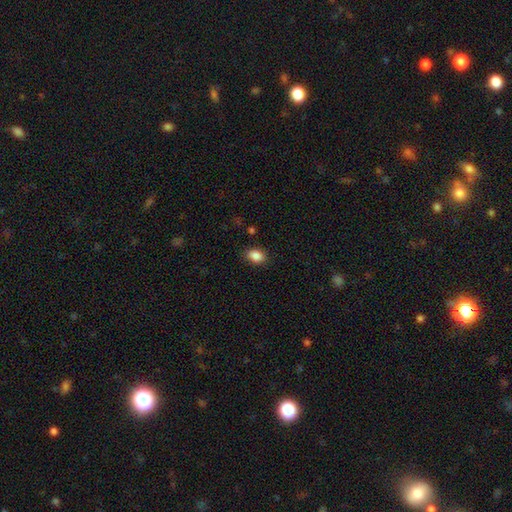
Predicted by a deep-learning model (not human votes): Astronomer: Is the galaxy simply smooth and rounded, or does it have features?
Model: smooth — 87%.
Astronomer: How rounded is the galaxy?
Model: in between — 81%.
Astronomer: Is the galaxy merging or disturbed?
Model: none — 87%.